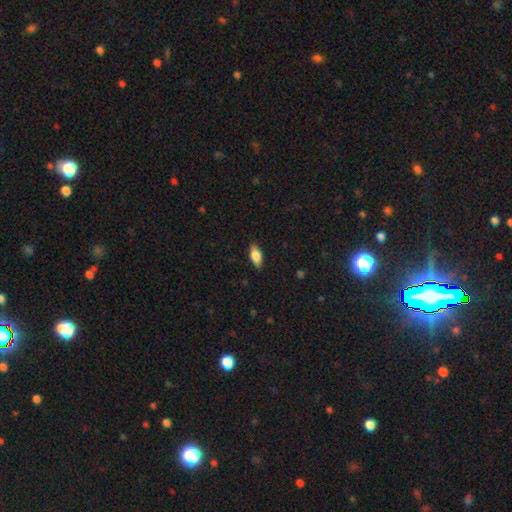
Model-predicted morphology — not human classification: Smooth or featured? smooth (75%)
How rounded? in between (83%)
Merging? none (87%)